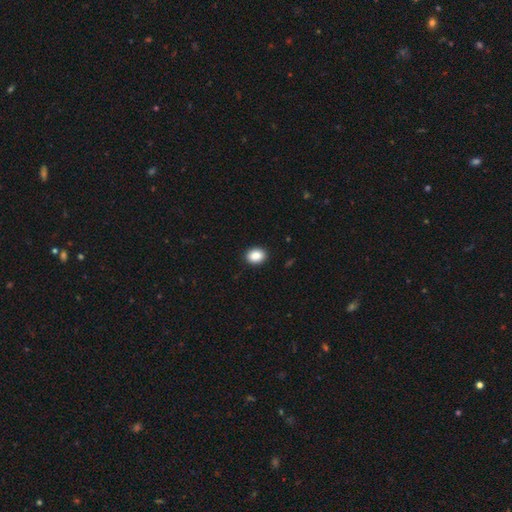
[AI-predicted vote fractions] The model was most divided on "how rounded": in between: 56%, round: 43%, cigar-shaped: 1%. More confident: merging — none (91%); smooth or featured — smooth (89%).